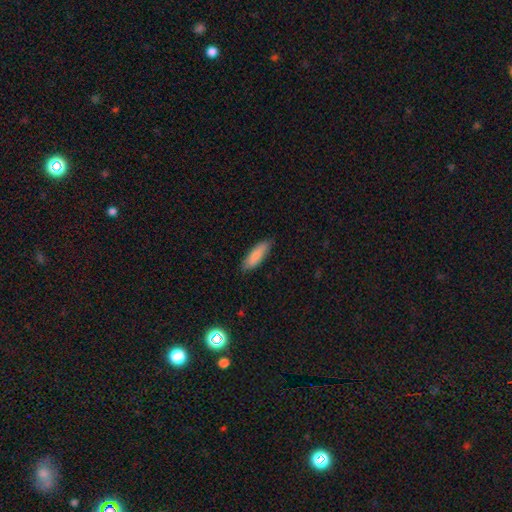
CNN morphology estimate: This is clearly a smooth galaxy (85%). How rounded: possibly cigar-shaped (52%). Merging: clearly none (82%).